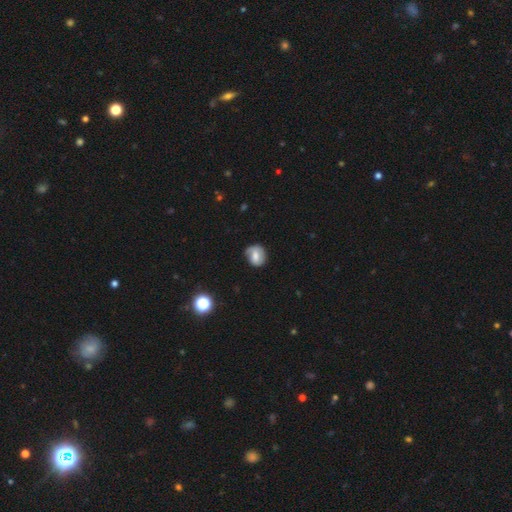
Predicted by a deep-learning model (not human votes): A smooth galaxy with no disk features (52%) that is round (67%).

Vote fractions:
- Smooth or featured? smooth: 52% / featured or disk: 40% / star or artifact: 9%
- How rounded? round: 67% / in between: 32% / cigar-shaped: 1%
- Merging? none: 63% / minor disturbance: 26% / major disturbance: 9% / merger: 2%